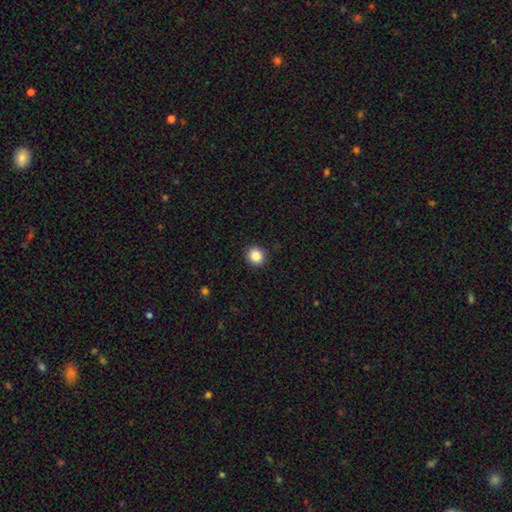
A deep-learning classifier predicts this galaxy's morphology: Smooth or featured: smooth — 87% (star or artifact — 9%)
How rounded: round — 84% (in between — 15%)
Merging: none — 91% (minor disturbance — 6%)